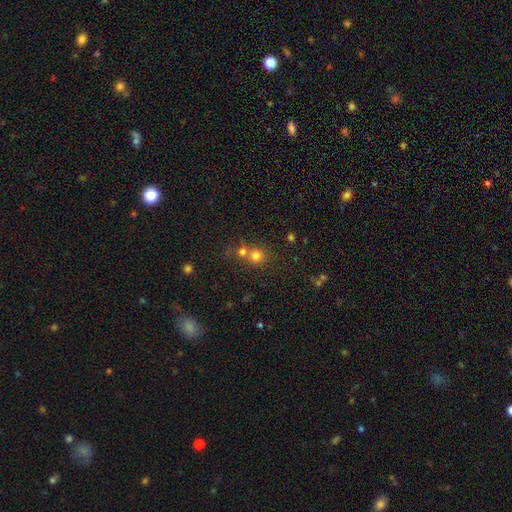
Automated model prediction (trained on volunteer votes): Smooth or featured? smooth (75%)
How rounded? round (86%)
Merging? none (47%)